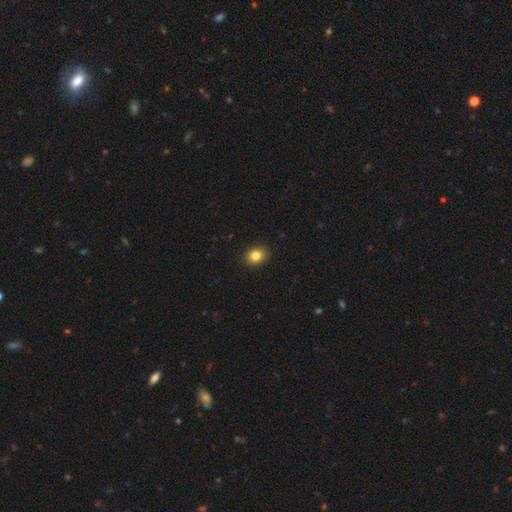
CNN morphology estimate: smooth-or-featured: smooth: 83% | star or artifact: 10% | featured or disk: 6%
  how-rounded: round: 53% | in between: 46% | cigar-shaped: 1%
  merging: none: 91% | minor disturbance: 7% | major disturbance: 2% | merger: 1%